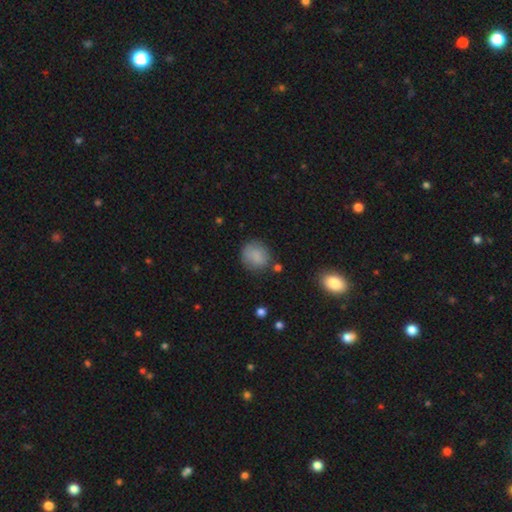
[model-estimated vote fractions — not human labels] Smooth or featured? Predicted: smooth (p=0.84). How rounded? Predicted: round (p=0.80). Merging? Predicted: none (p=0.73).